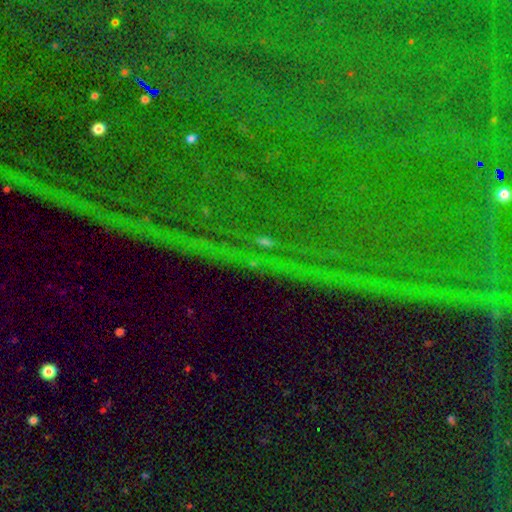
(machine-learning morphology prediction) A star or artifact, not a galaxy (84%).

Vote fractions:
- Smooth or featured? star or artifact: 84% / featured or disk: 9% / smooth: 7%